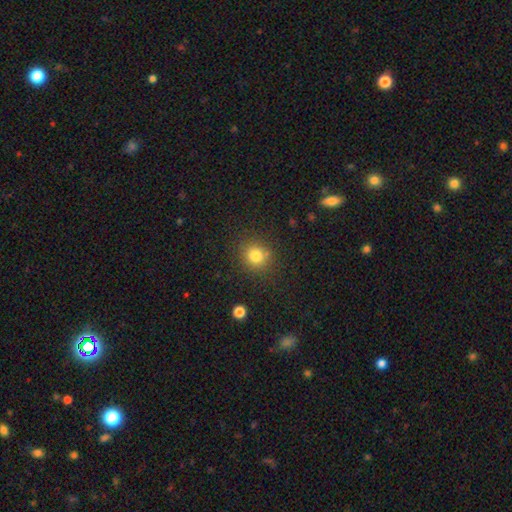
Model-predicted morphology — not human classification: Smooth or featured: smooth — 80% (star or artifact — 13%)
How rounded: round — 89% (in between — 10%)
Merging: none — 85% (minor disturbance — 9%)